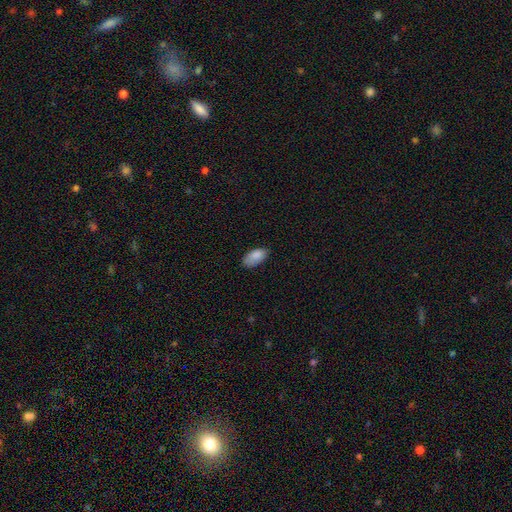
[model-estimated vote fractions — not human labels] Smooth or featured? Predicted: smooth (p=0.86). How rounded? Predicted: in between (p=0.94). Merging? Predicted: none (p=0.70).